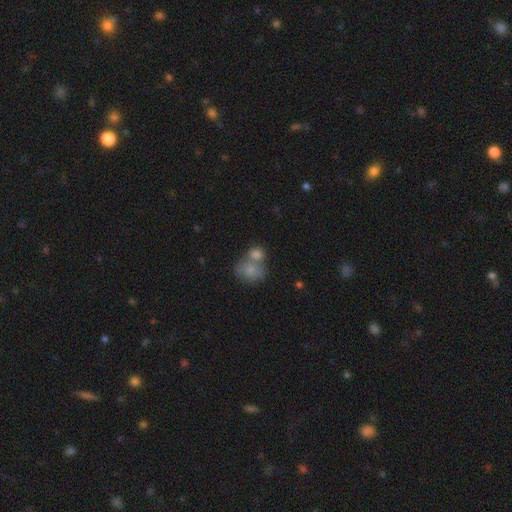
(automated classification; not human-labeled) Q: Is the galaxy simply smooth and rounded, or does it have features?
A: smooth — 75%.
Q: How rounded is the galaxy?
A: round — 71%.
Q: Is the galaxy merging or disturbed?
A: merger — 49%.